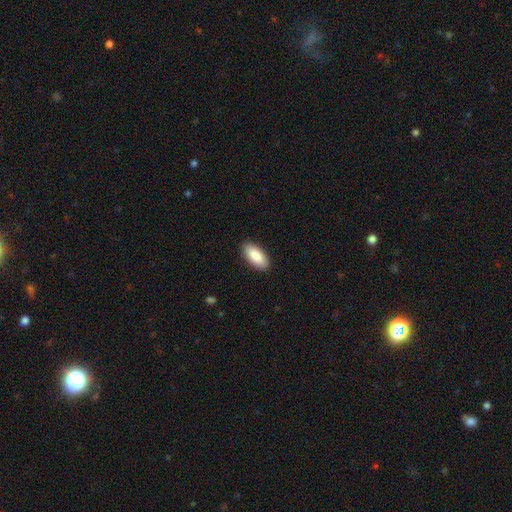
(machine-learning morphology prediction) Smooth or featured? Predicted: smooth (p=0.89). How rounded? Predicted: in between (p=0.90). Merging? Predicted: none (p=0.89).